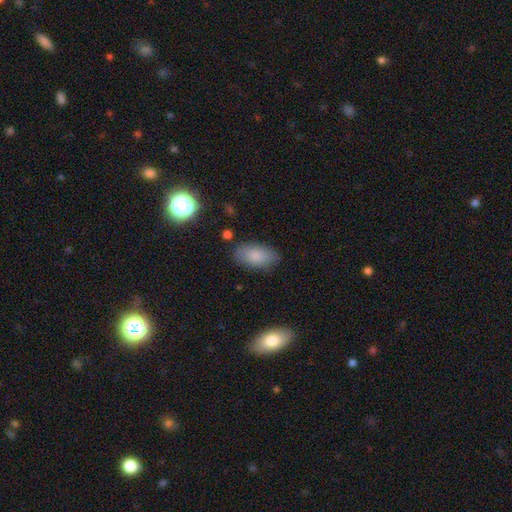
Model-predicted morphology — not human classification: smooth-or-featured: smooth: 84% | featured or disk: 9% | star or artifact: 8%
  how-rounded: in between: 93% | cigar-shaped: 4% | round: 4%
  merging: none: 82% | minor disturbance: 13% | major disturbance: 3% | merger: 2%